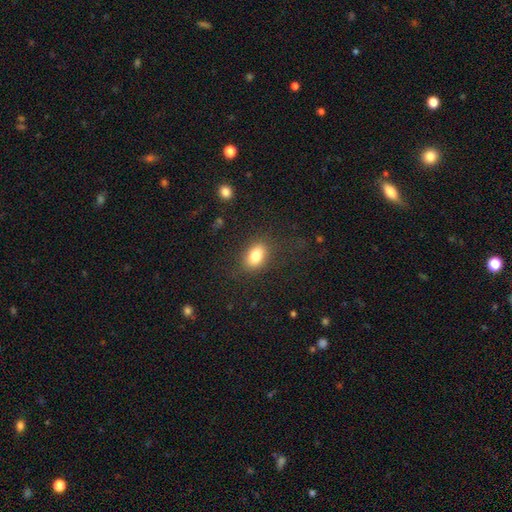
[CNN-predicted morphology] smooth 82%, star or artifact 9%, featured or disk 9%. Down the decision tree: how rounded — in between (82%); merging — none (81%).